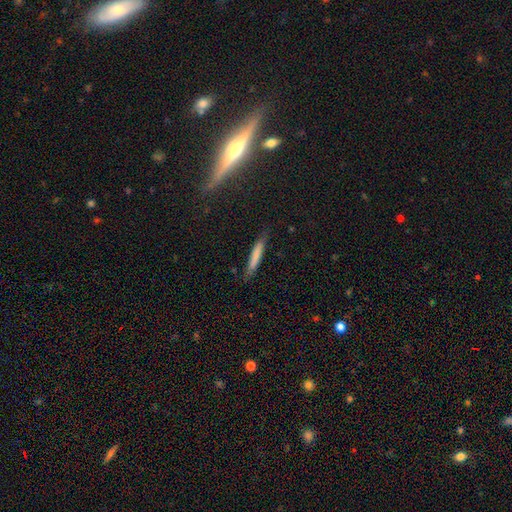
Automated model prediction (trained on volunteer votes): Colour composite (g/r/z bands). It shows a smooth galaxy with no disk features (75%) that is cigar-shaped (93%). Merging: none (81%).